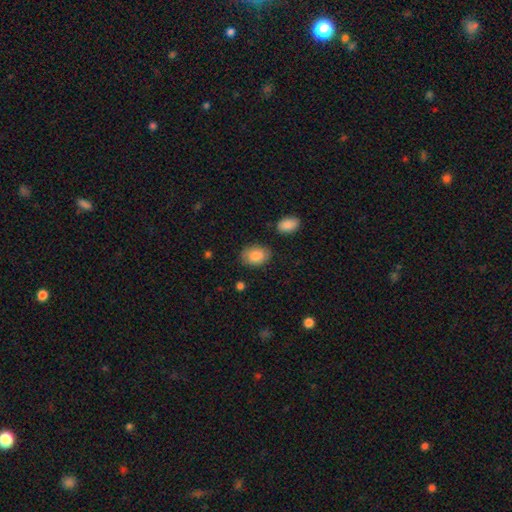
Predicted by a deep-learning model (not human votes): Overall: smooth (84%). How rounded: in between (79%). Merging: none (80%).